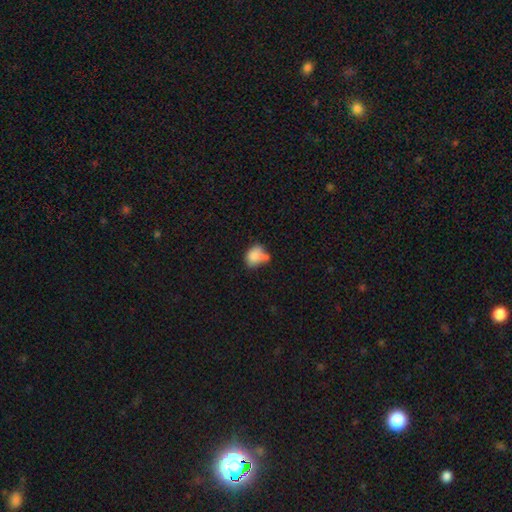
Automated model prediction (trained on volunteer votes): Q: Smooth or featured?
A: smooth (77%); runner-up: featured or disk (14%)
Q: How rounded?
A: in between (63%); runner-up: round (36%)
Q: Merging?
A: none (35%); runner-up: merger (32%)